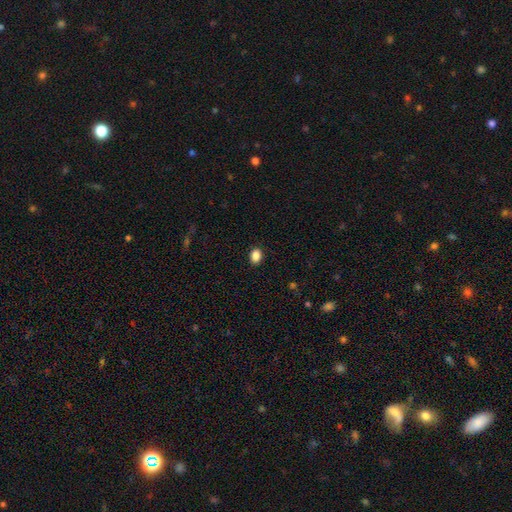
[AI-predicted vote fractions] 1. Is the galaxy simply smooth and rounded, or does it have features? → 87% smooth, 9% star or artifact, 3% featured or disk.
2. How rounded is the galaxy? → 69% in between, 29% round, 1% cigar-shaped.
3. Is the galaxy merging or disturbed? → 90% none, 7% minor disturbance, 2% major disturbance, 1% merger.